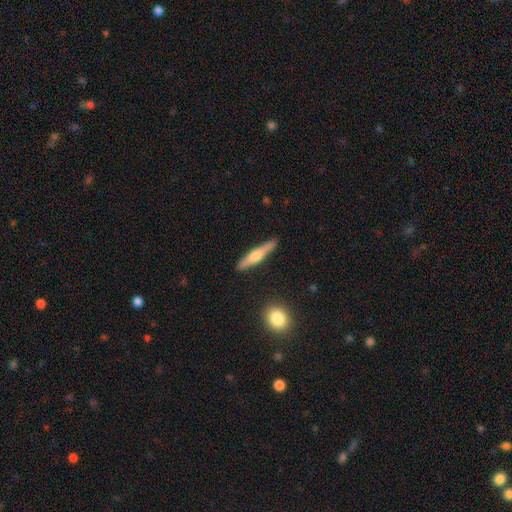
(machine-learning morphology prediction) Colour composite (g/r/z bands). It shows a featured or disk galaxy (52%) viewed edge-on (96%). Merging: none (87%).